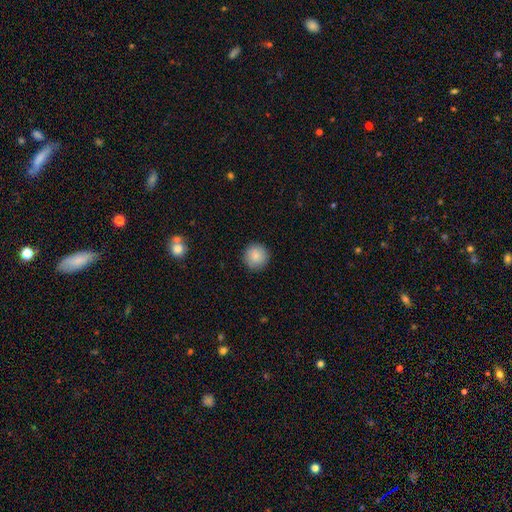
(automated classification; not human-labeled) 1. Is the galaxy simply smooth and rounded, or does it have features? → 87% smooth, 8% star or artifact, 5% featured or disk.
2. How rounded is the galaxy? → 95% round, 4% in between, 1% cigar-shaped.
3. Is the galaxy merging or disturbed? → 91% none, 6% minor disturbance, 2% major disturbance, 1% merger.